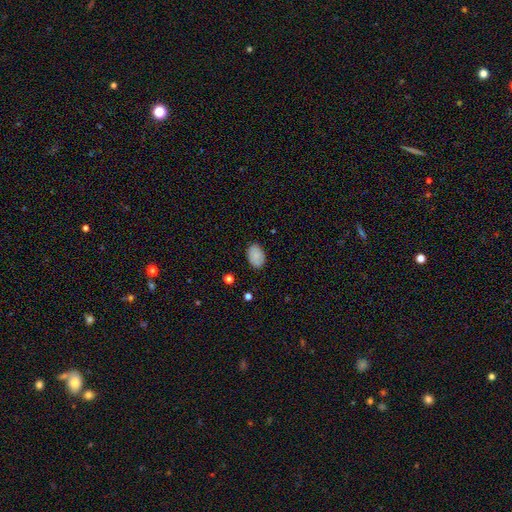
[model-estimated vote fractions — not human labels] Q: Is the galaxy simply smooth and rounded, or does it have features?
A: smooth — 85%.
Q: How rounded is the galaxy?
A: in between — 88%.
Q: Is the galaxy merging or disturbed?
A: none — 86%.